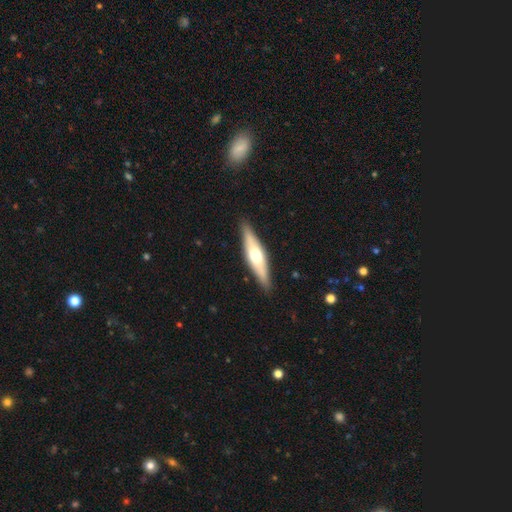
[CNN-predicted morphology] Smooth or featured? Predicted: featured or disk (p=0.56). Edge-on disk? Predicted: yes (p=0.90). Edge-on bulge? Predicted: rounded (p=0.90). Merging? Predicted: none (p=0.88).